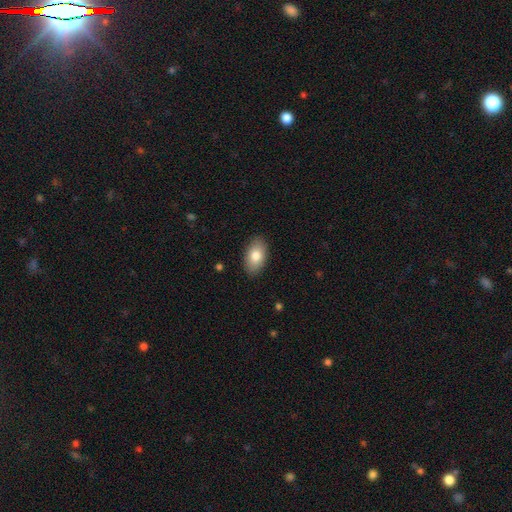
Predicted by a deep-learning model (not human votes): A smooth galaxy with no disk features (81%) that is in between round and cigar-shaped (93%).

Vote fractions:
- Smooth or featured? smooth: 81% / featured or disk: 12% / star or artifact: 7%
- How rounded? in between: 93% / round: 6% / cigar-shaped: 2%
- Merging? none: 88% / minor disturbance: 9% / major disturbance: 2% / merger: 1%